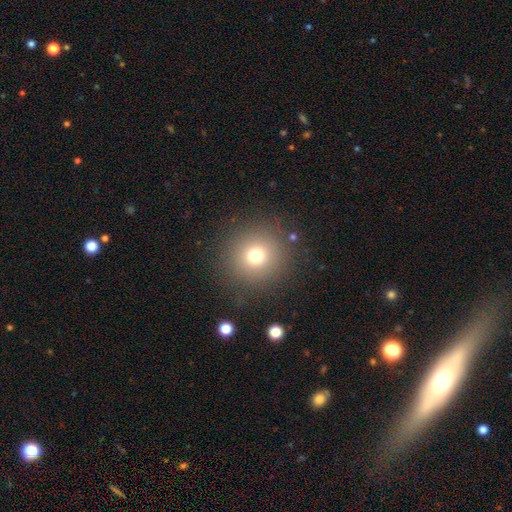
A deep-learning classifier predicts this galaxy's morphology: The model was most divided on "smooth or featured": smooth: 74%, star or artifact: 16%, featured or disk: 10%. More confident: how rounded — round (93%); merging — none (86%).